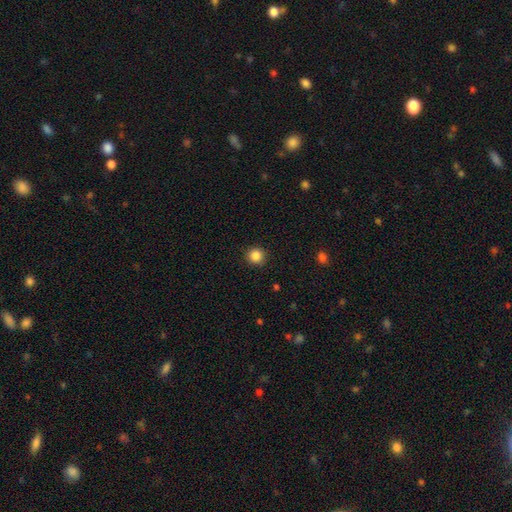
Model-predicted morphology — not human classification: A smooth galaxy with no disk features (86%) that is round (94%). Merging: none (91%).